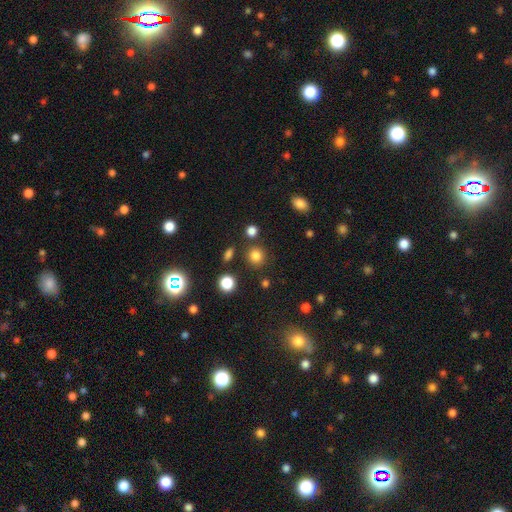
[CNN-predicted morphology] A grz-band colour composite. It shows a smooth galaxy with no disk features (81%) that is round (88%). Merging: none (84%).